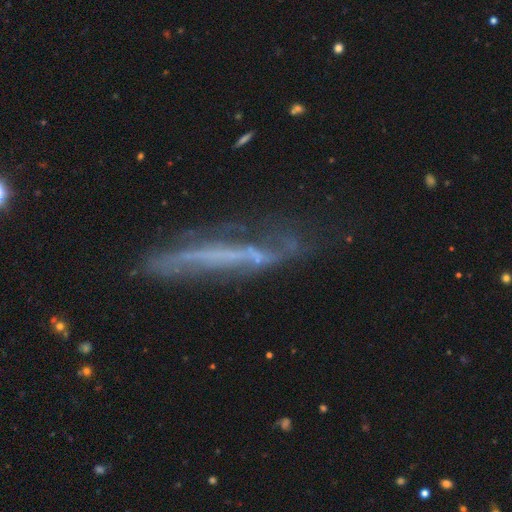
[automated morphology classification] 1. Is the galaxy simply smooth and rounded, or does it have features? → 68% featured or disk, 19% smooth, 13% star or artifact.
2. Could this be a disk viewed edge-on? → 57% yes, 43% no.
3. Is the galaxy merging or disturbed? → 52% none, 21% minor disturbance, 20% major disturbance, 6% merger.